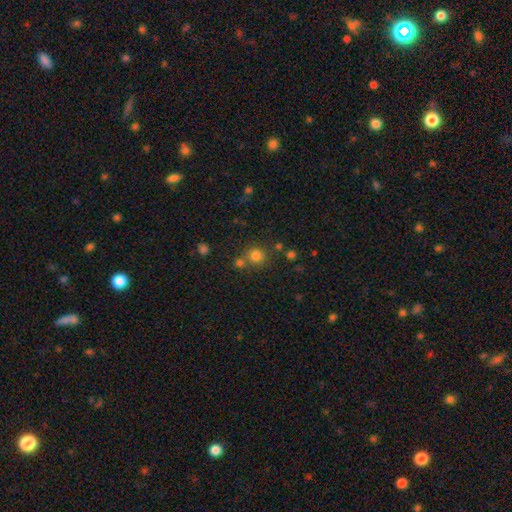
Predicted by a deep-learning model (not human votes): Morphology: type=smooth (78%); roundness=round (89%); merging=none (66%).